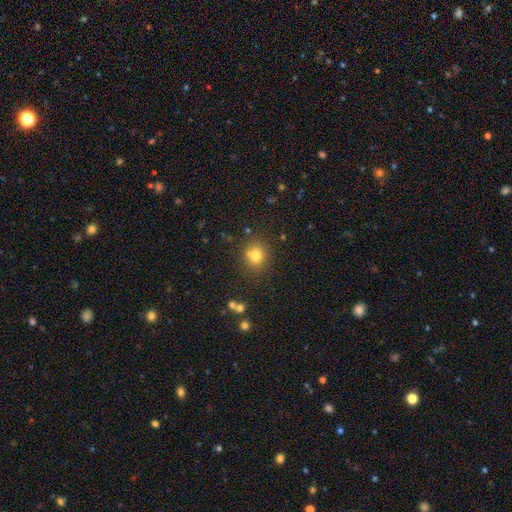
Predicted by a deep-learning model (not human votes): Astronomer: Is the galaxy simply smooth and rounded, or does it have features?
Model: smooth — 76%.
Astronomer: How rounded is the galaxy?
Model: round — 81%.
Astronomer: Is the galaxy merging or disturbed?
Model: none — 76%.